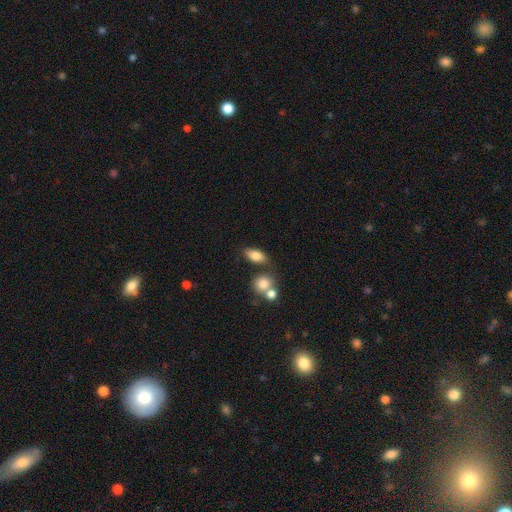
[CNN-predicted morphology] Smooth or featured?
  - smooth: 82% *
  - featured or disk: 10%
  - star or artifact: 8%
How rounded?
  - in between: 85% *
  - round: 10%
  - cigar-shaped: 5%
Merging?
  - none: 65% *
  - merger: 16%
  - minor disturbance: 14%
  - major disturbance: 5%